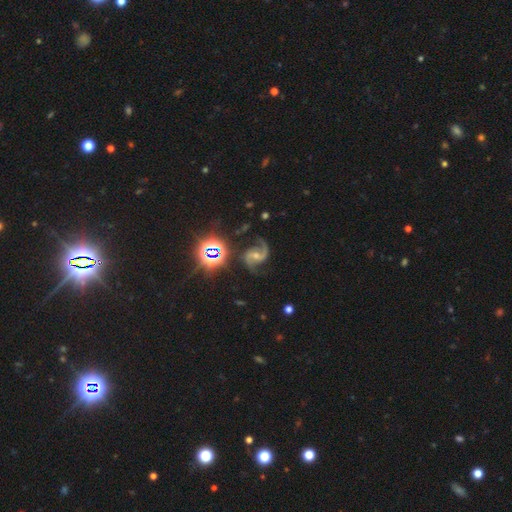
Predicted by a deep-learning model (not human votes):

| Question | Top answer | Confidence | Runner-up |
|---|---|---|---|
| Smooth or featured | featured or disk | 85% | star or artifact (12%) |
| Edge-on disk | no | 98% | yes (2%) |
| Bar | weak | 42% | no (36%) |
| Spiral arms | yes | 98% | no (2%) |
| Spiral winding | medium | 46% | tied: loose (46%) |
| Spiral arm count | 2 | 93% | 1 (2%) |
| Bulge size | small | 47% | moderate (46%) |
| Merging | none | 74% | minor disturbance (15%) |